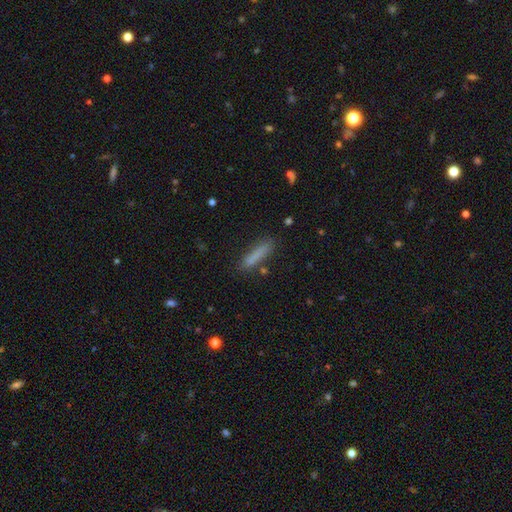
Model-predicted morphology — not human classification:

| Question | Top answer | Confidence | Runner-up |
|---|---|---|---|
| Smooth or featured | smooth | 79% | featured or disk (12%) |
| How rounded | cigar-shaped | 89% | in between (10%) |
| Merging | none | 82% | minor disturbance (12%) |